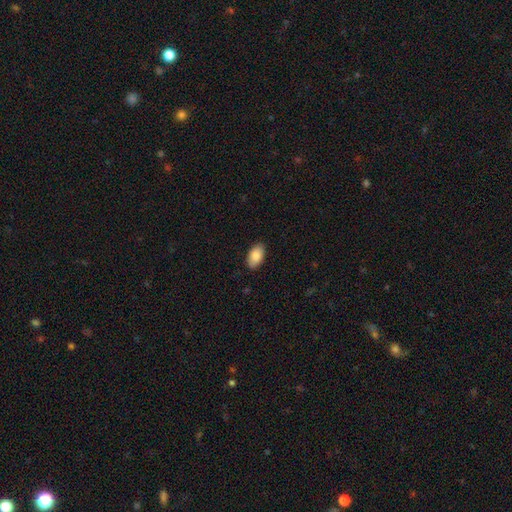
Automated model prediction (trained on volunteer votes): This is clearly a smooth galaxy (86%). How rounded: clearly in between (95%). Merging: clearly none (88%).